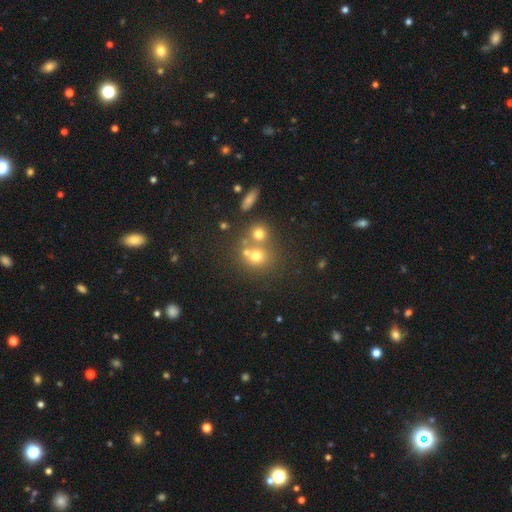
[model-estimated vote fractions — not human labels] A smooth galaxy with no disk features (64%) that is round (79%). Merging: none (47%).